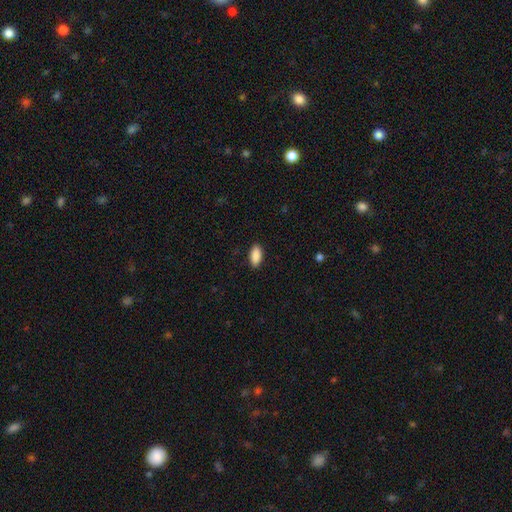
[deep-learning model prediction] Overall: smooth (90%). How rounded: in between (90%). Merging: none (89%).